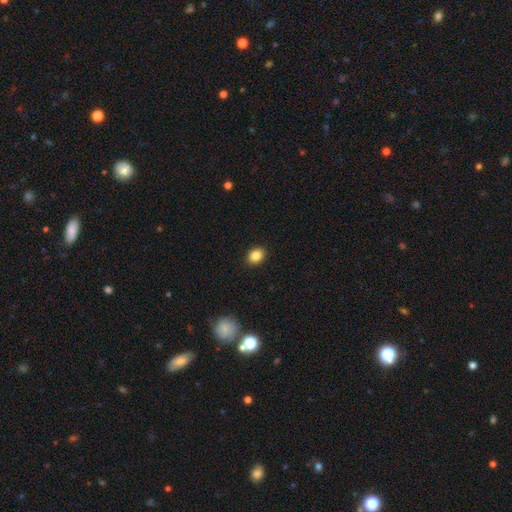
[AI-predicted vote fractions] This appears to be a smooth galaxy with no disk features (87%) that is in between round and cigar-shaped (63%). Merging: none (90%).